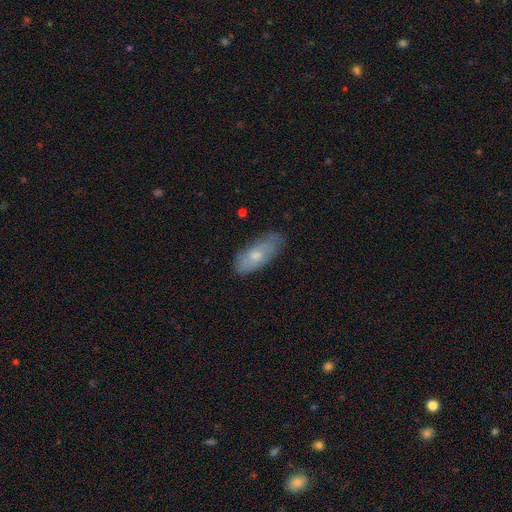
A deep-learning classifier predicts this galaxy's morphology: This is likely a smooth galaxy (68%). How rounded: clearly in between (81%). Merging: likely none (75%).